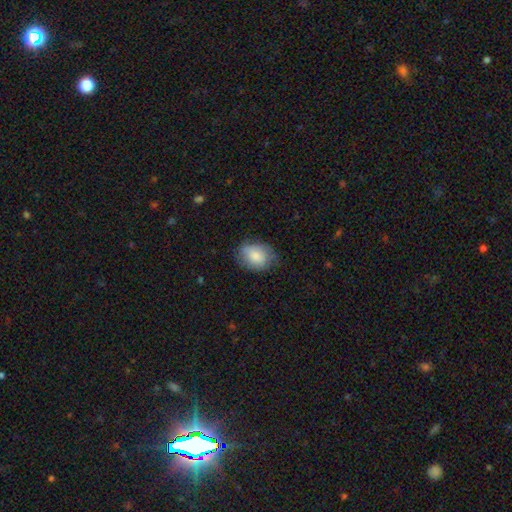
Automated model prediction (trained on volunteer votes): Morphology: type=smooth (79%); roundness=in between (68%); merging=none (66%).